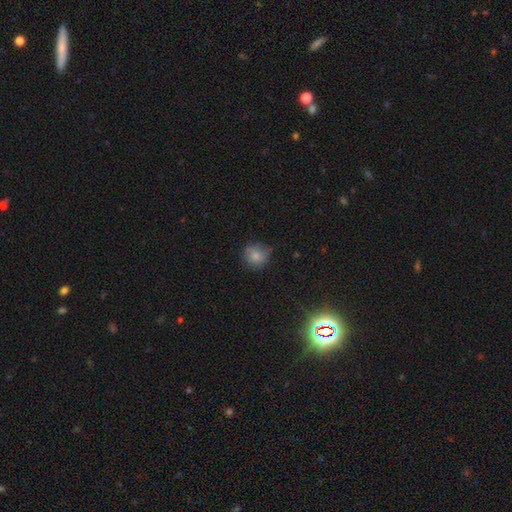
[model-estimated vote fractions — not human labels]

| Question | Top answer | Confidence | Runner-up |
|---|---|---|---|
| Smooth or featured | smooth | 81% | star or artifact (11%) |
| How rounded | round | 87% | in between (12%) |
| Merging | none | 73% | minor disturbance (21%) |